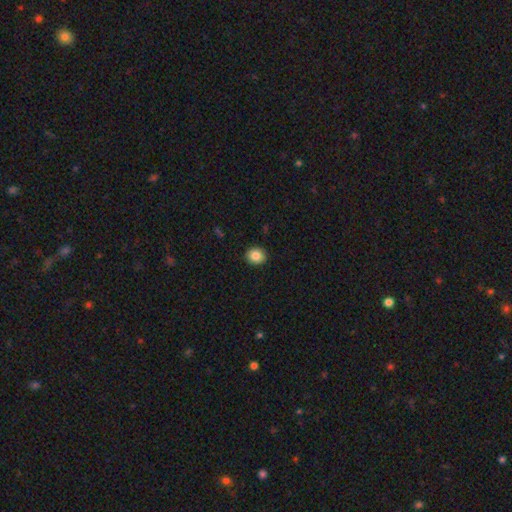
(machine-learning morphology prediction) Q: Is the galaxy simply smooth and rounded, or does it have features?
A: smooth — 86%.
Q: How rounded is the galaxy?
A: round — 77%.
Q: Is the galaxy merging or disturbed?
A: none — 91%.